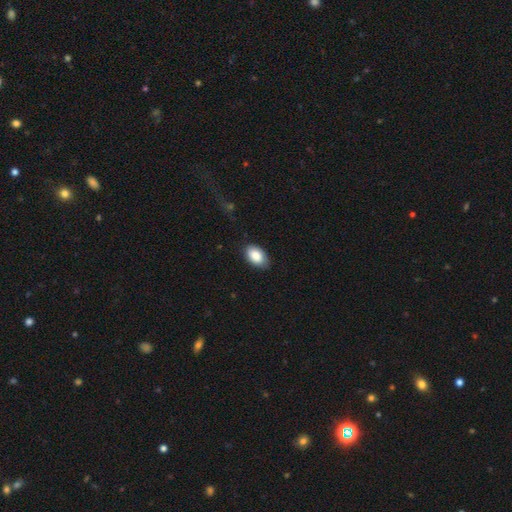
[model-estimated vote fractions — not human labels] A smooth galaxy with no disk features (86%) that is in between round and cigar-shaped (93%).

Vote fractions:
- Smooth or featured? smooth: 86% / featured or disk: 7% / star or artifact: 7%
- How rounded? in between: 93% / round: 6% / cigar-shaped: 1%
- Merging? none: 80% / minor disturbance: 16% / major disturbance: 3% / merger: 1%